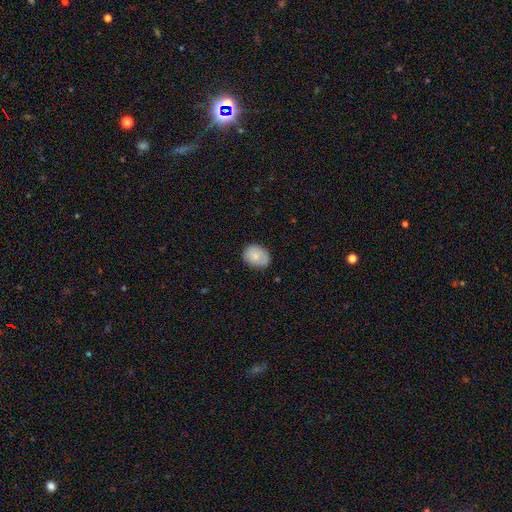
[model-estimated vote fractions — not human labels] The model was most divided on "how rounded": in between: 59%, round: 40%, cigar-shaped: 1%. More confident: smooth or featured — smooth (79%); merging — none (75%).